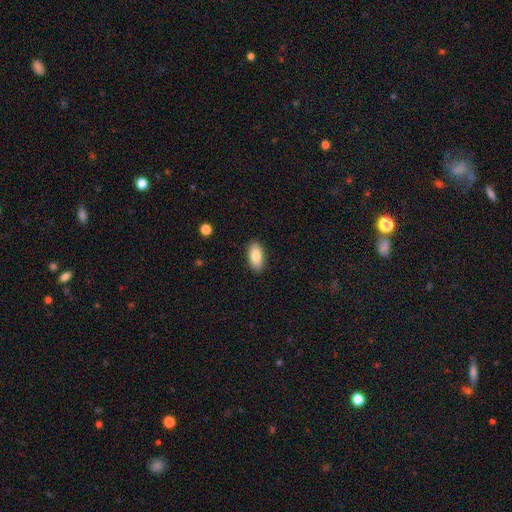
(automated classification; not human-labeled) Smooth or featured?
  - smooth: 82% *
  - featured or disk: 11%
  - star or artifact: 7%
How rounded?
  - in between: 91% *
  - cigar-shaped: 6%
  - round: 3%
Merging?
  - none: 89% *
  - minor disturbance: 8%
  - major disturbance: 2%
  - merger: 1%